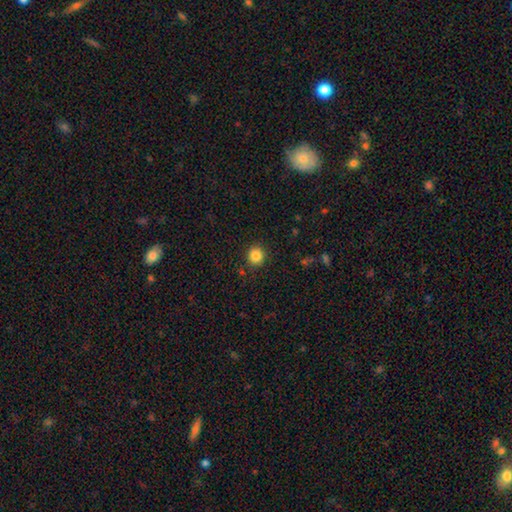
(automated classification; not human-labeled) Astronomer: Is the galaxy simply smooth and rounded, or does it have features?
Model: smooth — 84%.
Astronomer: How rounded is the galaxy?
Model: round — 91%.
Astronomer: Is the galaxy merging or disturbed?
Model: none — 90%.